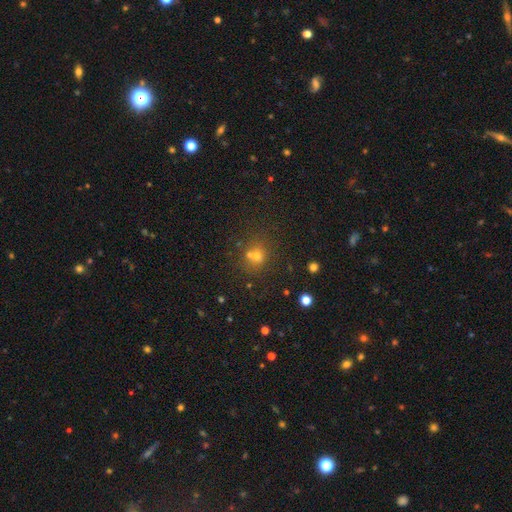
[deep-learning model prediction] Overall: smooth (68%). How rounded: round (79%). Merging: none (56%; merger 28%).